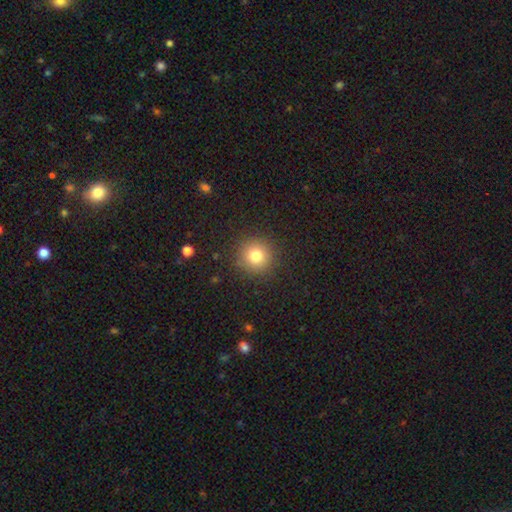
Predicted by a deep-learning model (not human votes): Smooth or featured? Predicted: smooth (p=0.80). How rounded? Predicted: round (p=0.94). Merging? Predicted: none (p=0.90).